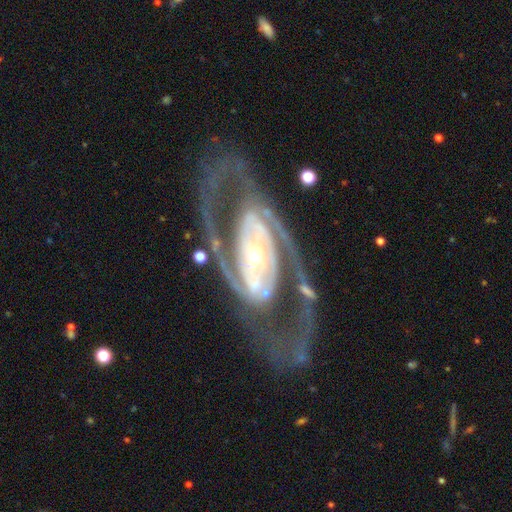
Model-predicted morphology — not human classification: A featured or disk galaxy (92%) with a strong bar (39%), 2 (87%) medium (50%) spiral arms (95%) and a small central bulge (46%, tied with moderate).

Vote fractions:
- Smooth or featured? featured or disk: 92% / star or artifact: 4% / smooth: 4%
- Edge-on disk? no: 95% / yes: 5%
- Bar? strong: 39% / no: 35% / weak: 26%
- Spiral arms? yes: 95% / no: 5%
- Spiral winding? medium: 50% / tight: 35% / loose: 15%
- Spiral arm count? 2: 87% / can't tell: 4% / 3: 3% / 1: 2% / 4: 1% / more than 4: 1%
- Bulge size? small: 46% (tied) / moderate: 46% (tied) / large: 6% / dominant: 1% / none: 1%
- Merging? none: 67% / major disturbance: 16% / minor disturbance: 15% / merger: 3%